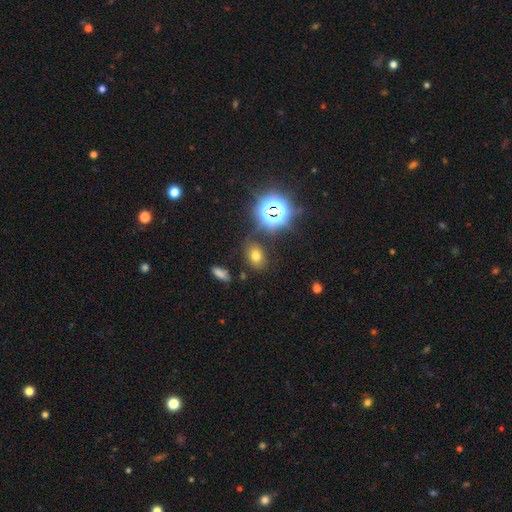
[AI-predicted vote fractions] smooth 61%, star or artifact 28%, featured or disk 11%. Down the decision tree: how rounded — in between (71%); merging — none (80%).